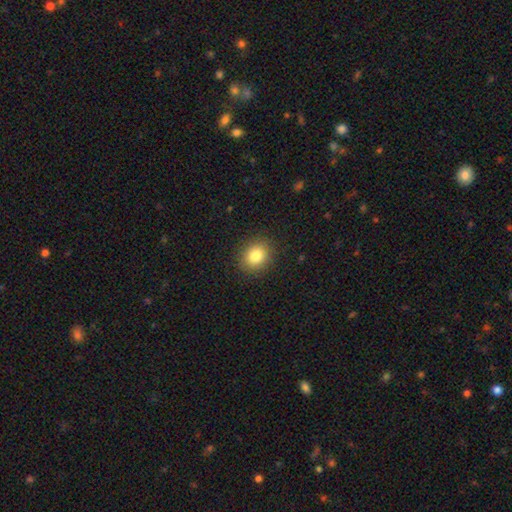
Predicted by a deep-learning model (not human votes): This is clearly a smooth galaxy (82%). How rounded: likely round (64%). Merging: clearly none (90%).